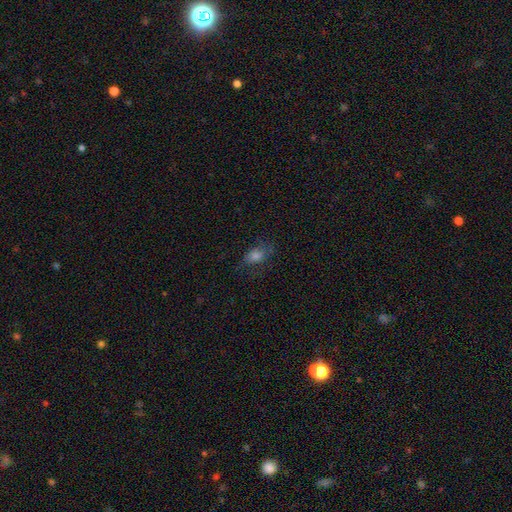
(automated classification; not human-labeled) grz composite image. It shows a smooth galaxy with no disk features (59%) that is in between round and cigar-shaped (77%). Merging: none (66%).